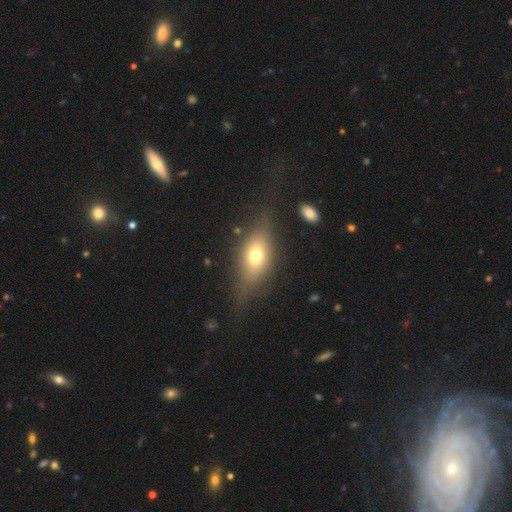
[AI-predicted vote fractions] smooth-or-featured: smooth: 57% | featured or disk: 33% | star or artifact: 10%
  how-rounded: in between: 72% | cigar-shaped: 17% | round: 11%
  merging: none: 65% | minor disturbance: 21% | major disturbance: 12% | merger: 2%